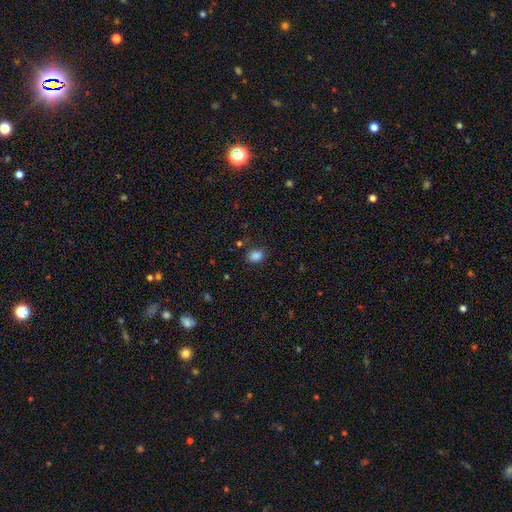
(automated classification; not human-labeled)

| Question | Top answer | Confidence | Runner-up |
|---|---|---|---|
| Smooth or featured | smooth | 85% | star or artifact (11%) |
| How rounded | in between | 67% | round (32%) |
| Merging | none | 82% | minor disturbance (12%) |